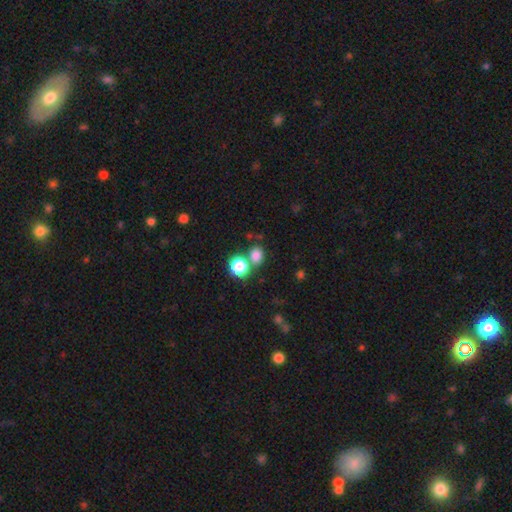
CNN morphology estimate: Smooth or featured: smooth — 79% (star or artifact — 15%)
How rounded: round — 65% (in between — 34%)
Merging: none — 57% (merger — 31%)